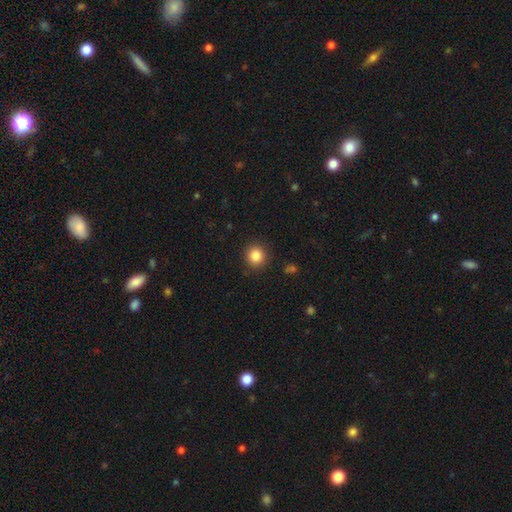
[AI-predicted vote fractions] smooth_or_featured: smooth (p=0.85) [alt: star or artifact p=0.10]
how_rounded: round (p=0.92) [alt: in between p=0.07]
merging: none (p=0.90) [alt: minor disturbance p=0.07]